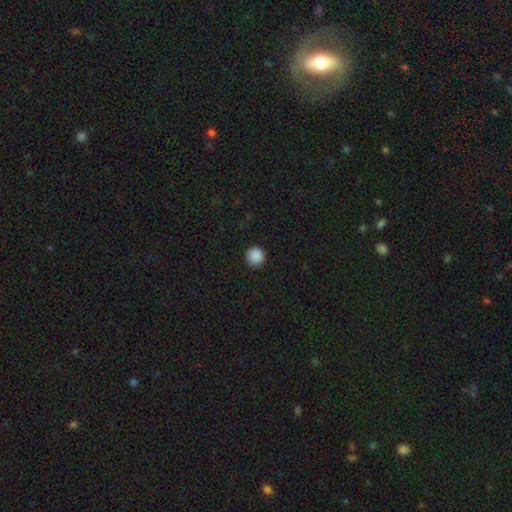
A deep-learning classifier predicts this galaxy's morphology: A smooth galaxy with no disk features (89%) that is round (96%). Merging: none (93%).